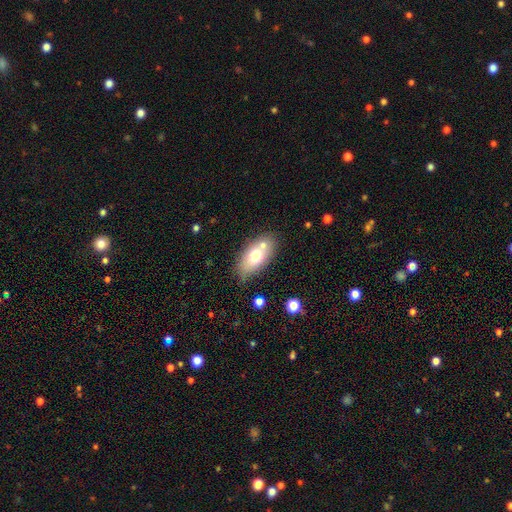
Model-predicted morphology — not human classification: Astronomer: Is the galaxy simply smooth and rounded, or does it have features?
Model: smooth — 68%.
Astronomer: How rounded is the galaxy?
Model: in between — 88%.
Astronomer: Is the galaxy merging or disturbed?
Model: none — 62%.